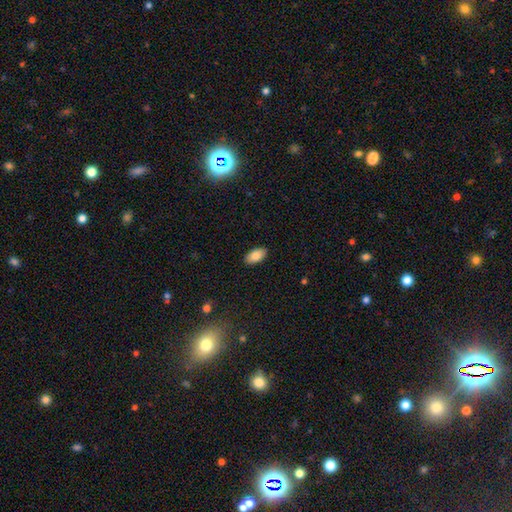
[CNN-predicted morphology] Smooth or featured? Predicted: smooth (p=0.83). How rounded? Predicted: in between (p=0.94). Merging? Predicted: none (p=0.89).